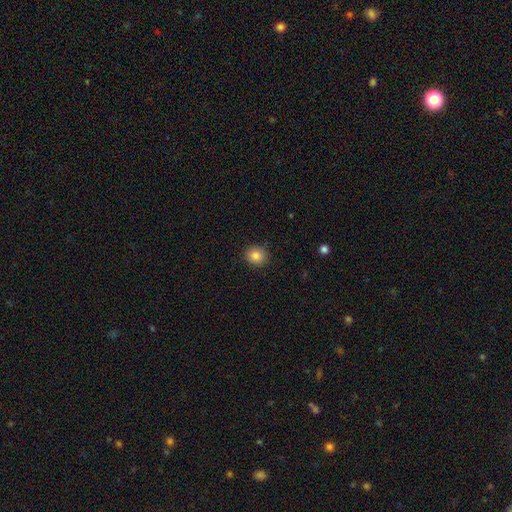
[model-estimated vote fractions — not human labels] This appears to be a smooth galaxy with no disk features (85%) that is round (83%). Merging: none (90%).